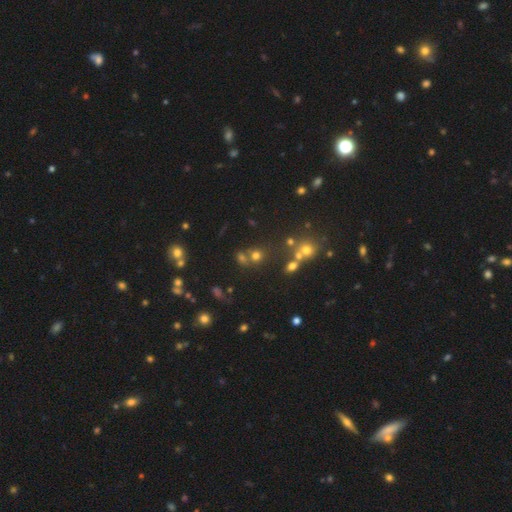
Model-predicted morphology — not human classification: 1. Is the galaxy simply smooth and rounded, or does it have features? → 63% smooth, 26% star or artifact, 11% featured or disk.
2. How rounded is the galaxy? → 80% round, 18% in between, 1% cigar-shaped.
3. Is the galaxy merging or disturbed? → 58% none, 27% merger, 10% minor disturbance, 5% major disturbance.